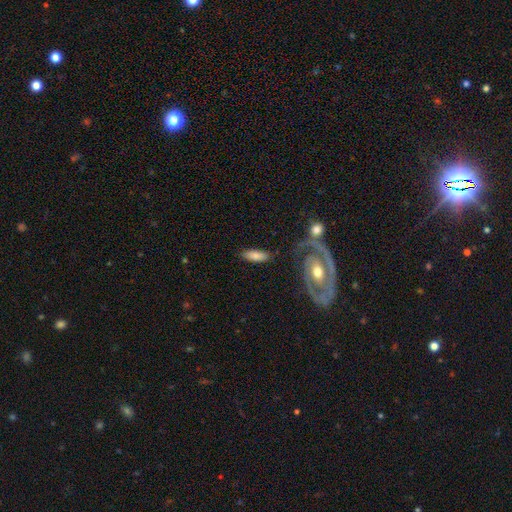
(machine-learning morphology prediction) This appears to be a smooth galaxy with no disk features (76%) that is in between round and cigar-shaped (72%). Merging: none (79%).